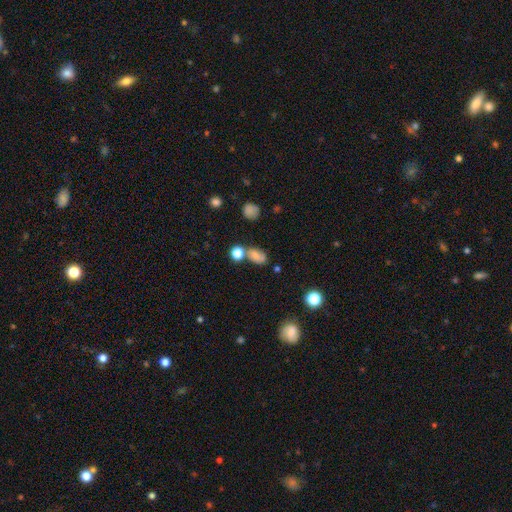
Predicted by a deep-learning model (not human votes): A smooth galaxy with no disk features (67%) that is in between round and cigar-shaped (77%).

Vote fractions:
- Smooth or featured? smooth: 67% / featured or disk: 18% / star or artifact: 15%
- How rounded? in between: 77% / round: 19% / cigar-shaped: 3%
- Merging? none: 54% / merger: 21% / minor disturbance: 18% / major disturbance: 7%